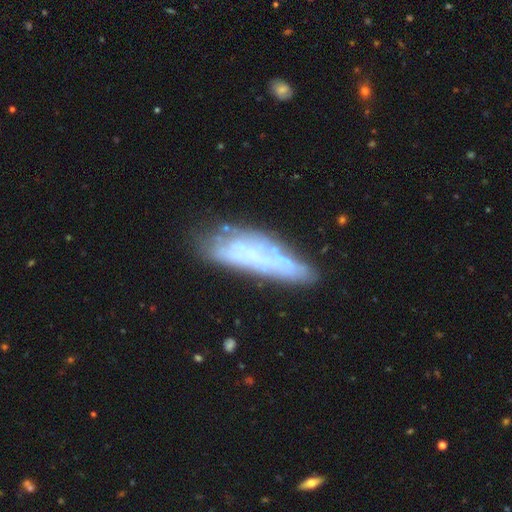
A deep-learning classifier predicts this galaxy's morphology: Q: Smooth or featured?
A: featured or disk (51%); runner-up: smooth (38%)
Q: Edge-on disk?
A: no (64%); runner-up: yes (36%)
Q: Merging?
A: none (60%); runner-up: minor disturbance (23%)